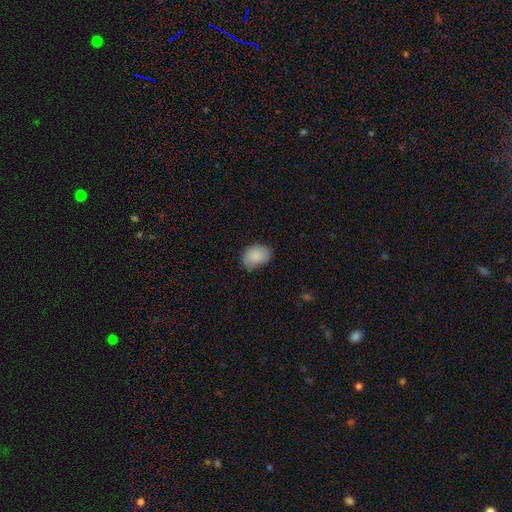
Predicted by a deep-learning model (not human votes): smooth 84%, featured or disk 9%, star or artifact 7%. Down the decision tree: how rounded — in between (77%); merging — none (68%).